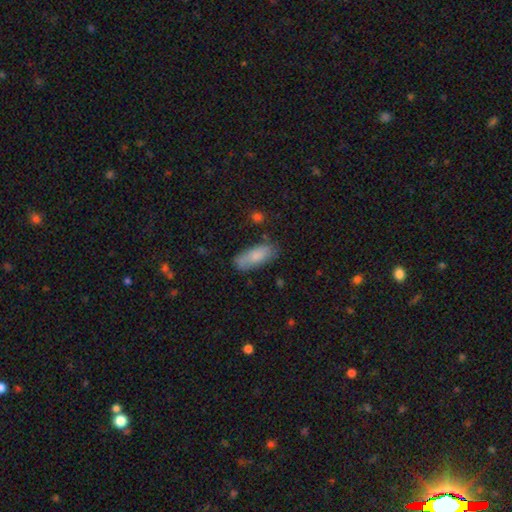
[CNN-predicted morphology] smooth_or_featured: smooth (p=0.81) [alt: featured or disk p=0.13]
how_rounded: in between (p=0.76) [alt: cigar-shaped p=0.22]
merging: none (p=0.71) [alt: minor disturbance p=0.20]